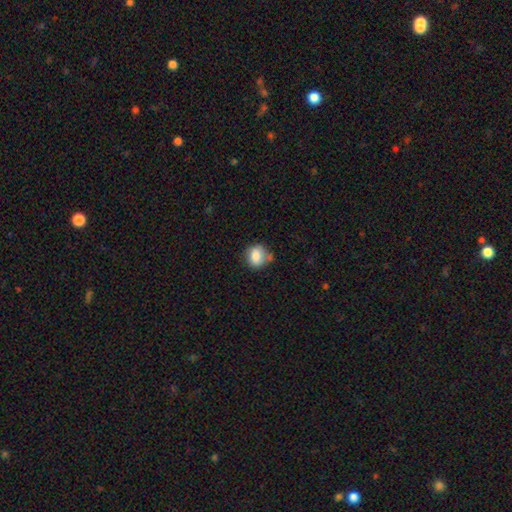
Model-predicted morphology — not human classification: Smooth or featured: smooth — 82% (featured or disk — 9%)
How rounded: round — 69% (in between — 30%)
Merging: none — 62% (minor disturbance — 22%)